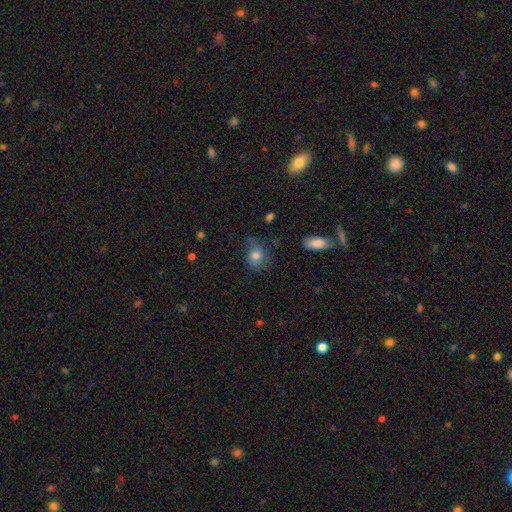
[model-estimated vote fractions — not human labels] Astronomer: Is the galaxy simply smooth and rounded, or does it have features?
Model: smooth — 73%.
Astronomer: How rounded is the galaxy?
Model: round — 58% (runner-up: in between, 41%).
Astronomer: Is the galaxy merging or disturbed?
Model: none — 54%.